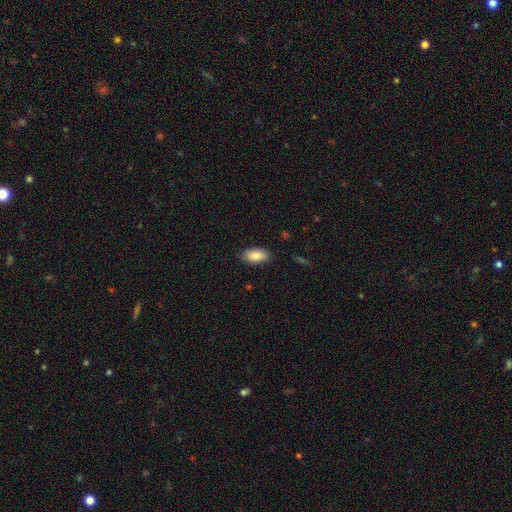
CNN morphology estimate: smooth 87%, star or artifact 7%, featured or disk 6%. Down the decision tree: how rounded — in between (93%); merging — none (85%).